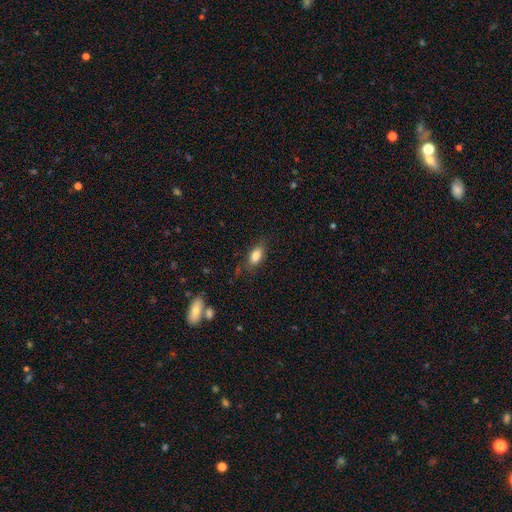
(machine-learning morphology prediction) The model was most divided on "merging": none: 76%, minor disturbance: 17%, major disturbance: 5%, merger: 2%. More confident: how rounded — in between (85%); smooth or featured — smooth (82%).